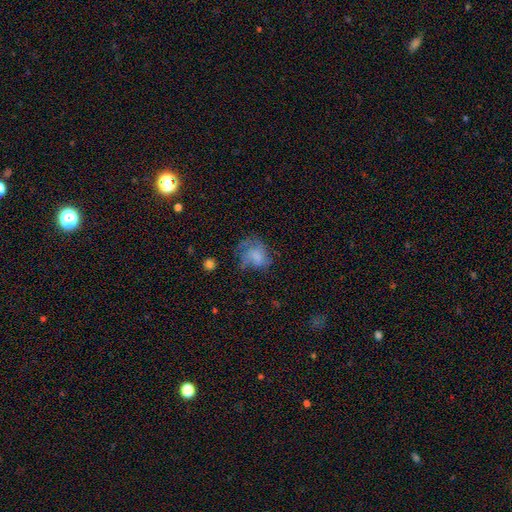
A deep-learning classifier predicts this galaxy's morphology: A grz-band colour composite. It shows a smooth galaxy with no disk features (54%) that is in between round and cigar-shaped (51%). Merging: none (38%).